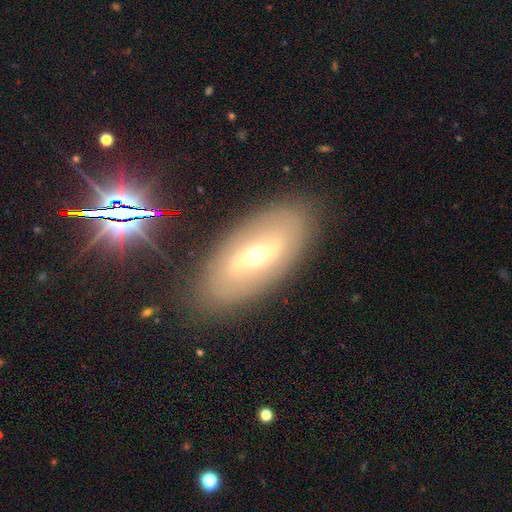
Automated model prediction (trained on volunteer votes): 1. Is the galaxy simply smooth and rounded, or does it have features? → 61% featured or disk, 26% smooth, 13% star or artifact.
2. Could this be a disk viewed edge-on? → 85% no, 15% yes.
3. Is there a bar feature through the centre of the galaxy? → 40% weak, 33% strong, 26% no.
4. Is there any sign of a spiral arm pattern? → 55% no, 45% yes.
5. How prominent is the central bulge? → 64% moderate, 29% small, 5% large, 1% dominant, 1% none.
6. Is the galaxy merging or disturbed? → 86% none, 9% minor disturbance, 3% major disturbance, 1% merger.